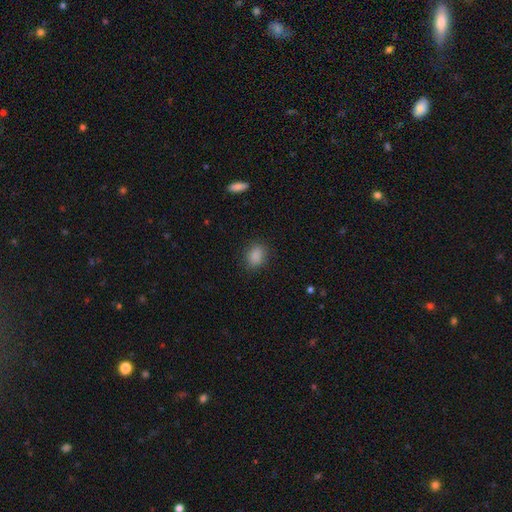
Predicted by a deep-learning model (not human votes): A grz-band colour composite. It shows a smooth galaxy with no disk features (87%) that is in between round and cigar-shaped (59%). Merging: none (84%).